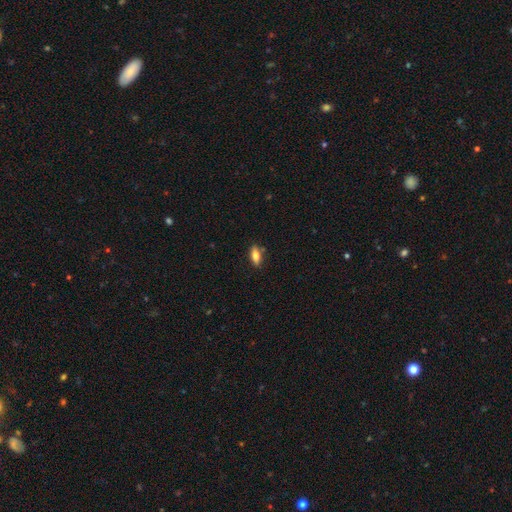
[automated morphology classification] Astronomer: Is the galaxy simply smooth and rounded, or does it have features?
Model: smooth — 72%.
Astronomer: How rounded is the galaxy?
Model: in between — 75%.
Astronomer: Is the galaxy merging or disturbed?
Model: none — 81%.